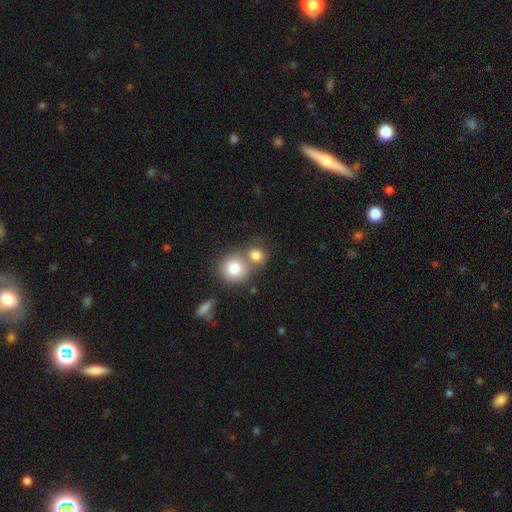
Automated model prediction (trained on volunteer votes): Overall: smooth (80%). How rounded: round (82%). Merging: none (44%, tied with merger).